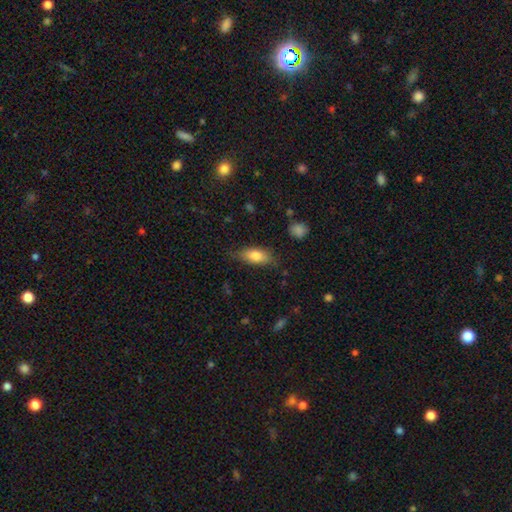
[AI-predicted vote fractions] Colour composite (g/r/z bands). It shows a smooth galaxy with no disk features (79%) that is in between round and cigar-shaped (82%). Merging: none (71%).